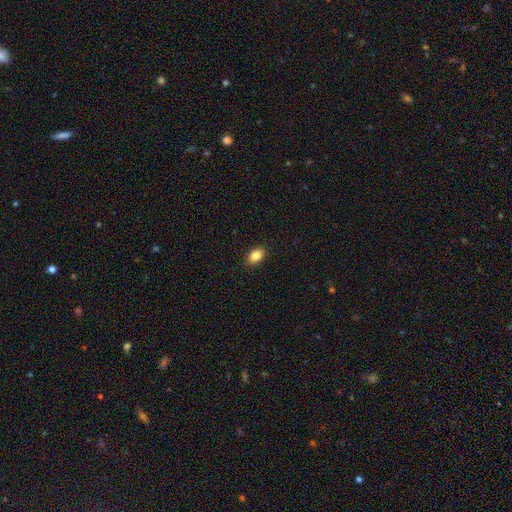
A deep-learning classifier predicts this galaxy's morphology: Smooth or featured? smooth (86%)
How rounded? in between (83%)
Merging? none (89%)